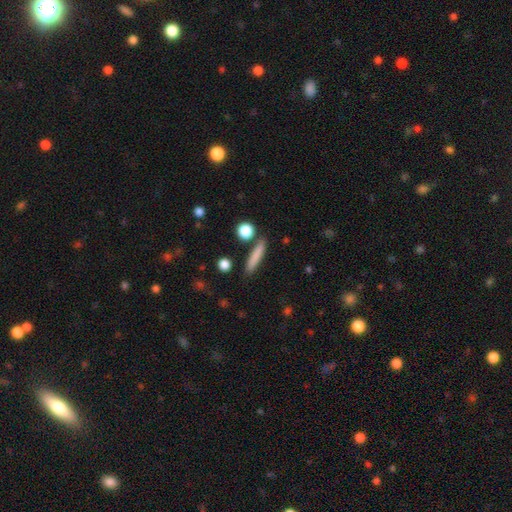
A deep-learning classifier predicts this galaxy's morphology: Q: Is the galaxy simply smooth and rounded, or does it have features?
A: smooth — 80%.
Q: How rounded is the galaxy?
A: cigar-shaped — 84%.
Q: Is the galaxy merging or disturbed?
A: none — 84%.